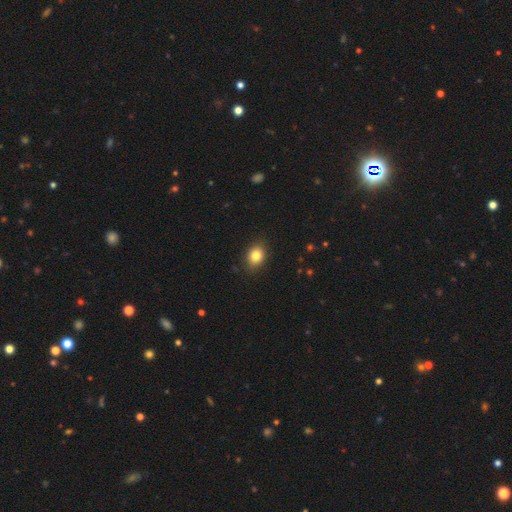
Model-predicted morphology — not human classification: Smooth or featured: smooth — 83% (star or artifact — 10%)
How rounded: in between — 62% (round — 36%)
Merging: none — 88% (minor disturbance — 9%)